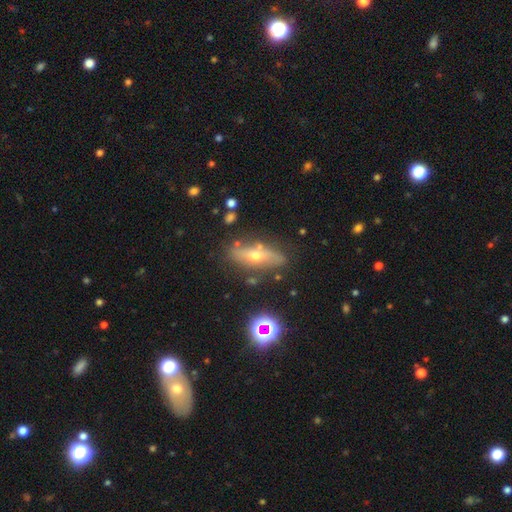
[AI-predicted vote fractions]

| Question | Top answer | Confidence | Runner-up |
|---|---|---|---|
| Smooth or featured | featured or disk | 52% | smooth (37%) |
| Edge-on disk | yes | 63% | no (37%) |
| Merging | none | 74% | minor disturbance (16%) |